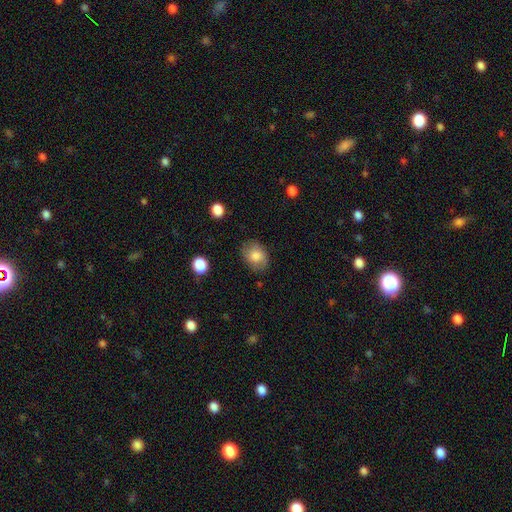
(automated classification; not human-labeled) A smooth galaxy with no disk features (78%) that is in between round and cigar-shaped (59%).

Vote fractions:
- Smooth or featured? smooth: 78% / featured or disk: 13% / star or artifact: 8%
- How rounded? in between: 59% / round: 40% / cigar-shaped: 1%
- Merging? none: 76% / minor disturbance: 18% / major disturbance: 5% / merger: 1%